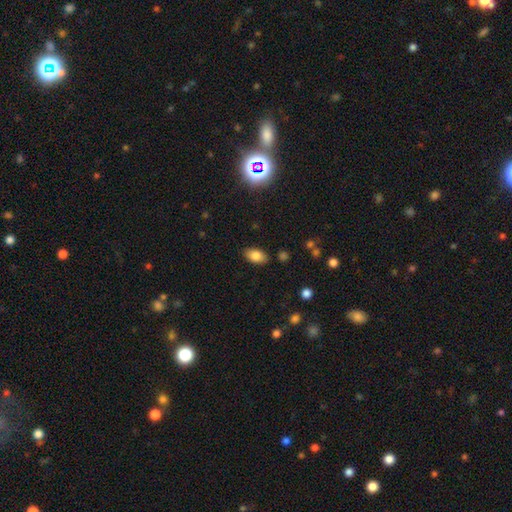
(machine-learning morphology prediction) smooth 82%, featured or disk 10%, star or artifact 9%. Down the decision tree: how rounded — in between (91%); merging — none (85%).